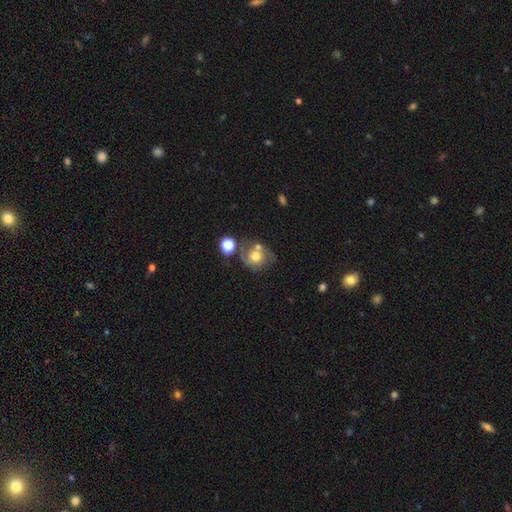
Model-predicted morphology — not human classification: Q: Smooth or featured?
A: smooth (45%); runner-up: featured or disk (44%)
Q: Merging?
A: none (46%); runner-up: merger (22%)